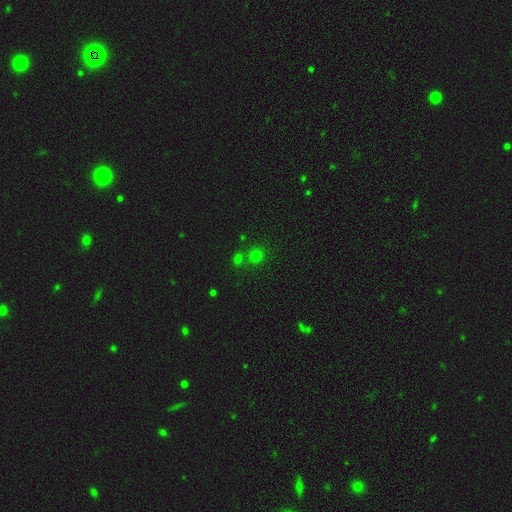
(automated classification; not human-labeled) smooth_or_featured: smooth (p=0.63) [alt: star or artifact p=0.31]
how_rounded: round (p=0.89) [alt: in between p=0.10]
merging: none (p=0.68) [alt: merger p=0.22]